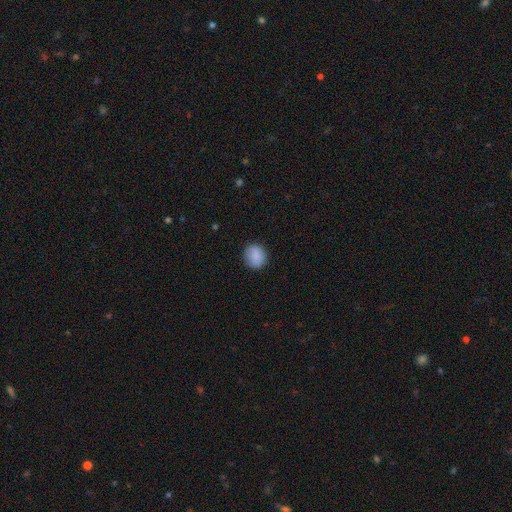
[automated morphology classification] Smooth or featured: smooth — 86% (star or artifact — 8%)
How rounded: round — 77% (in between — 22%)
Merging: none — 83% (minor disturbance — 12%)